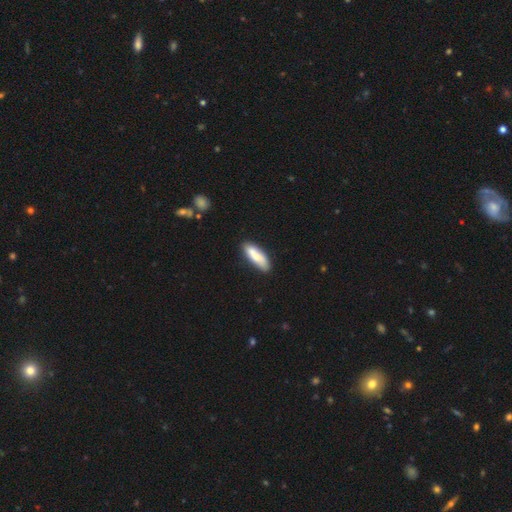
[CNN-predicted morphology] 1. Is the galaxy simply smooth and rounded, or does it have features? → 71% smooth, 23% featured or disk, 6% star or artifact.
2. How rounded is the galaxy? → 50% cigar-shaped, 48% in between, 2% round.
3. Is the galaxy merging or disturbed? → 78% none, 15% minor disturbance, 4% merger, 3% major disturbance.